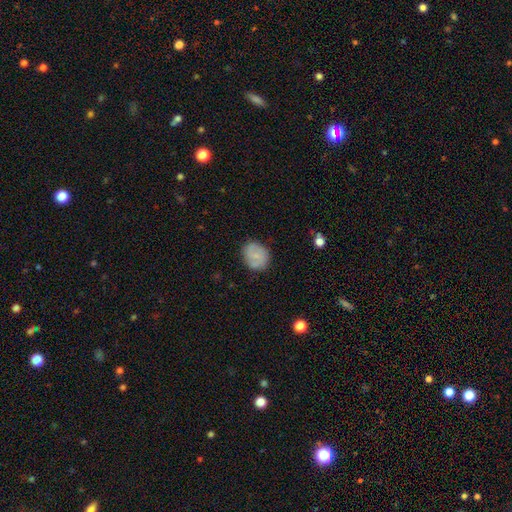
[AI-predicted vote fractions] Morphology: type=smooth (67%); roundness=round (60%); merging=none (80%).